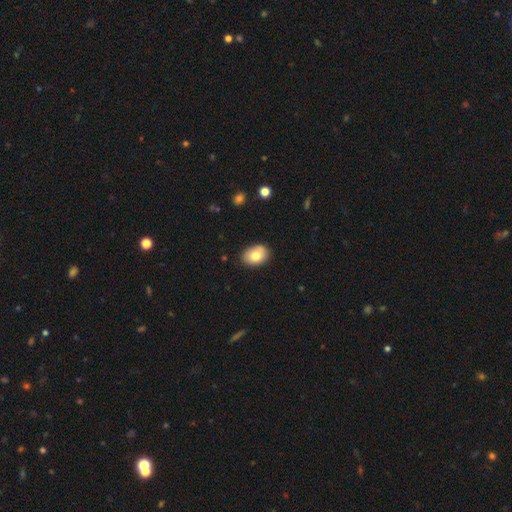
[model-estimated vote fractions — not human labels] smooth_or_featured: smooth (p=0.78) [alt: featured or disk p=0.14]
how_rounded: in between (p=0.76) [alt: round p=0.23]
merging: none (p=0.85) [alt: minor disturbance p=0.12]